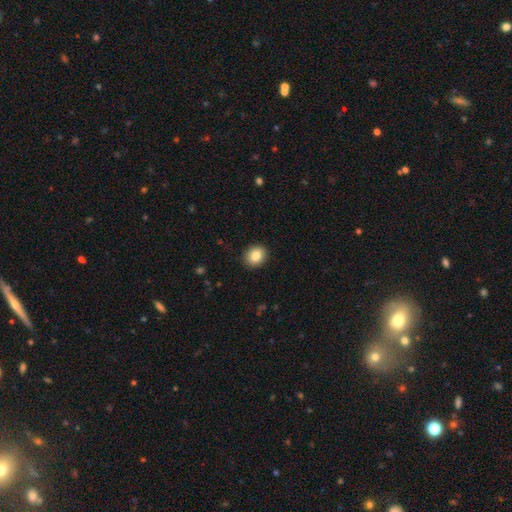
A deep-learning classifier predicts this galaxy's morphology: smooth 86%, star or artifact 9%, featured or disk 6%. Down the decision tree: how rounded — round (64%); merging — none (91%).